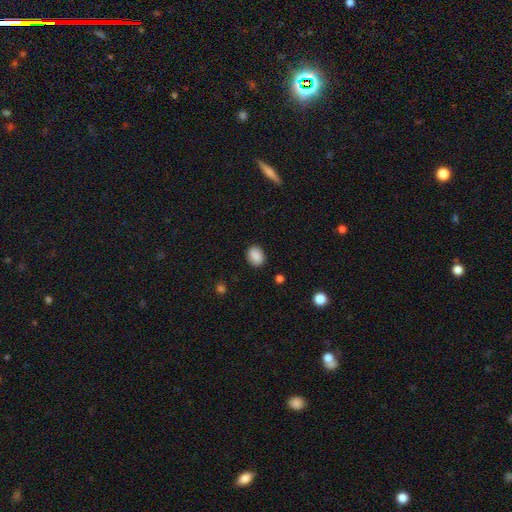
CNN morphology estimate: smooth 88%, star or artifact 8%, featured or disk 4%. Down the decision tree: how rounded — in between (64%); merging — none (86%).